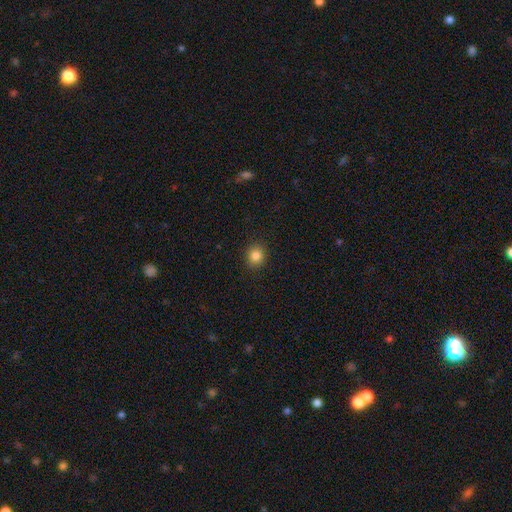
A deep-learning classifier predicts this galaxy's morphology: type=smooth (84%); roundness=round (83%); merging=none (91%).